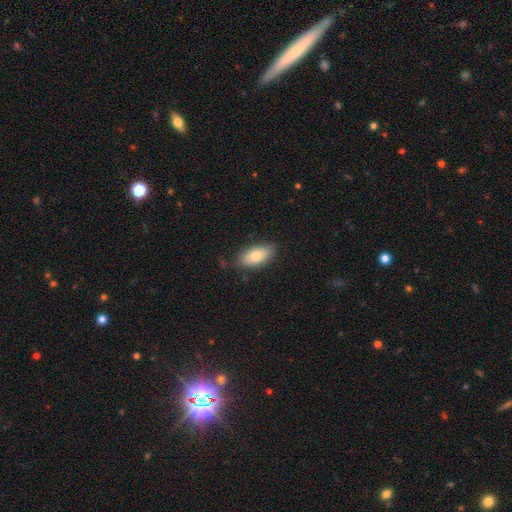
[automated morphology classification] Smooth or featured? Predicted: smooth (p=0.78). How rounded? Predicted: in between (p=0.88). Merging? Predicted: none (p=0.83).